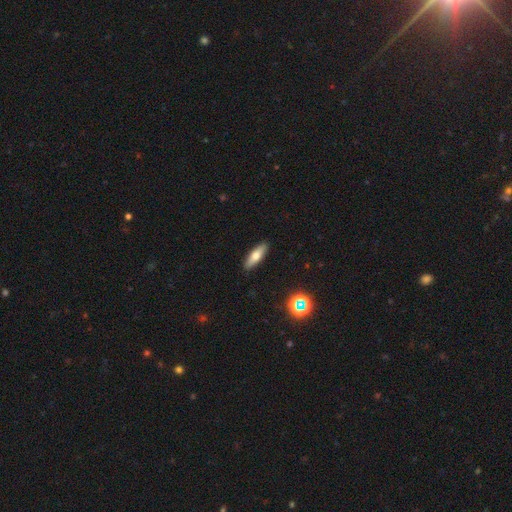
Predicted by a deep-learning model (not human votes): Morphology: type=smooth (64%); roundness=cigar-shaped (50%); merging=none (90%).